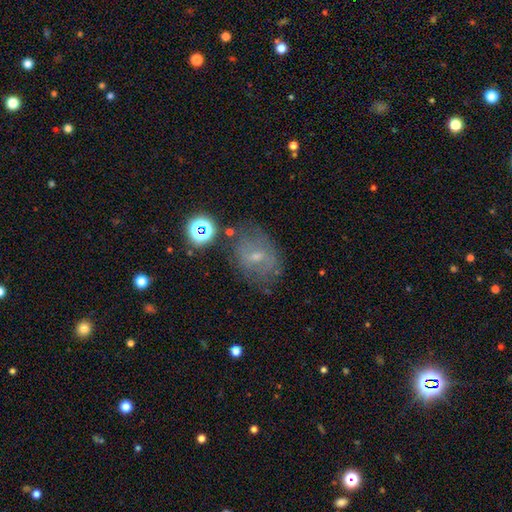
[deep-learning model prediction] smooth-or-featured: featured or disk: 49% | smooth: 32% | star or artifact: 19%
  merging: none: 66% | minor disturbance: 20% | major disturbance: 11% | merger: 3%